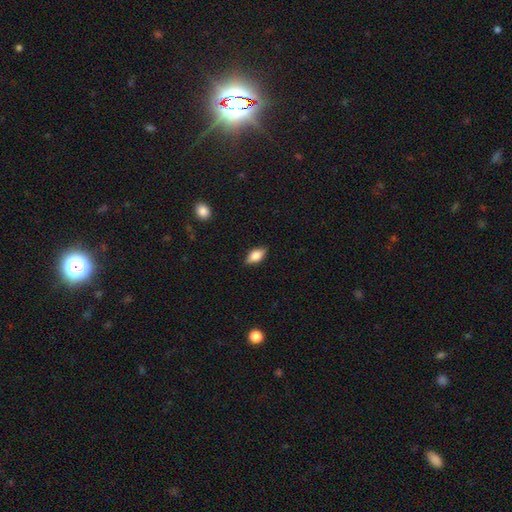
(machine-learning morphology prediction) smooth_or_featured: smooth (p=0.72) [alt: featured or disk p=0.21]
how_rounded: in between (p=0.86) [alt: cigar-shaped p=0.09]
merging: none (p=0.85) [alt: minor disturbance p=0.12]